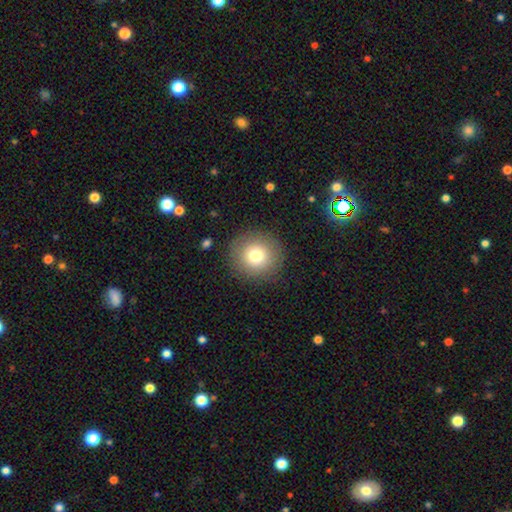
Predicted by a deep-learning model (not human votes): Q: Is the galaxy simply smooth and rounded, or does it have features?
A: smooth — 77%.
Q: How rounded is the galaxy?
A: round — 94%.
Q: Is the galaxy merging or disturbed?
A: none — 89%.